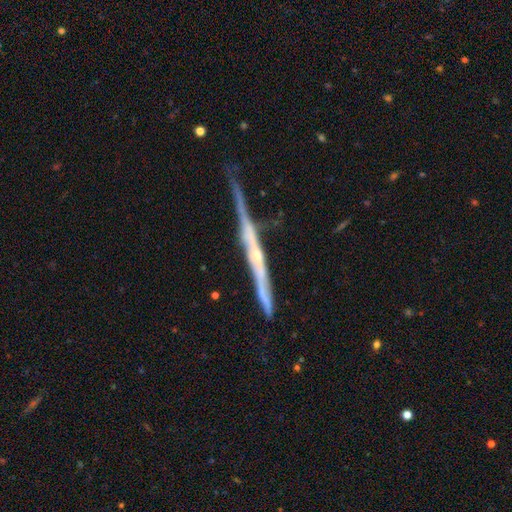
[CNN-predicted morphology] This is likely a featured or disk galaxy (77%). It is clearly viewed edge-on (96%). Edge-on bulge: possibly none (50%). Merging: likely none (60%).